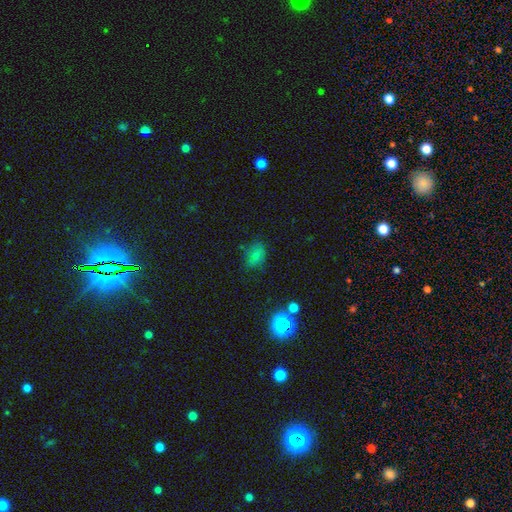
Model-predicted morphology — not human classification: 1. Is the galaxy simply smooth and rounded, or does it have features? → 73% smooth, 16% star or artifact, 11% featured or disk.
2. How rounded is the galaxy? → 74% in between, 24% round, 2% cigar-shaped.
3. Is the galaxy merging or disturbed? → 68% none, 22% minor disturbance, 7% major disturbance, 4% merger.